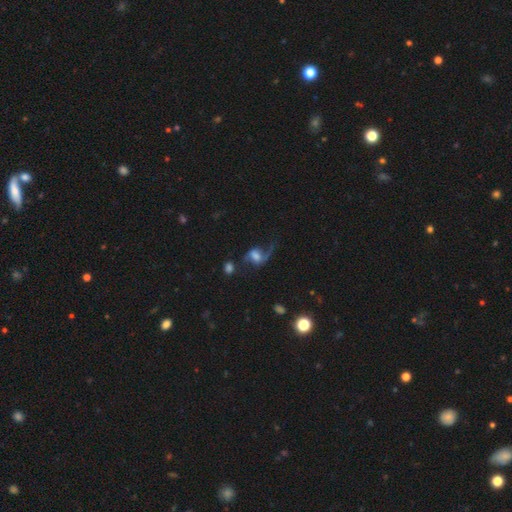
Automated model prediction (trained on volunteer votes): featured or disk 66%, smooth 23%, star or artifact 10%. Down the decision tree: edge-on disk — no (96%); bar — weak (43%); spiral arms — yes (90%); spiral arm count — 2 (74%); spiral winding — loose (79%); bulge size — moderate (33%); merging — none (46%).